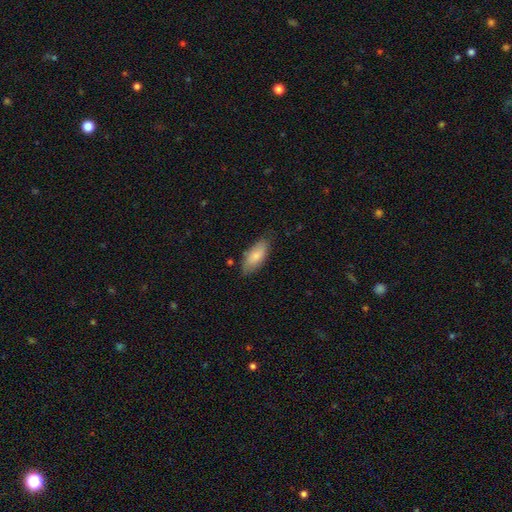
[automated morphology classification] Smooth or featured? Predicted: smooth (p=0.80). How rounded? Predicted: in between (p=0.85). Merging? Predicted: none (p=0.77).